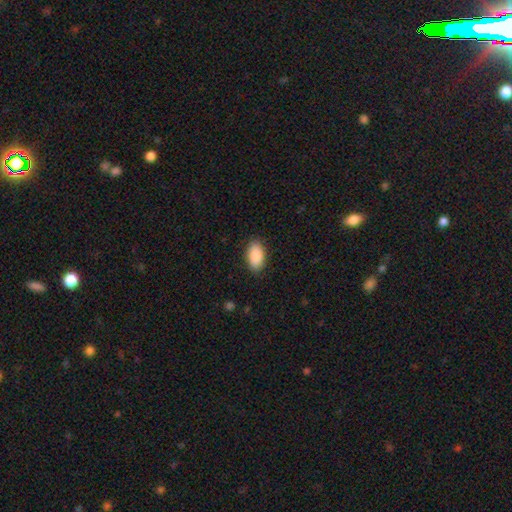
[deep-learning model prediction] Smooth or featured? smooth (89%)
How rounded? in between (94%)
Merging? none (87%)